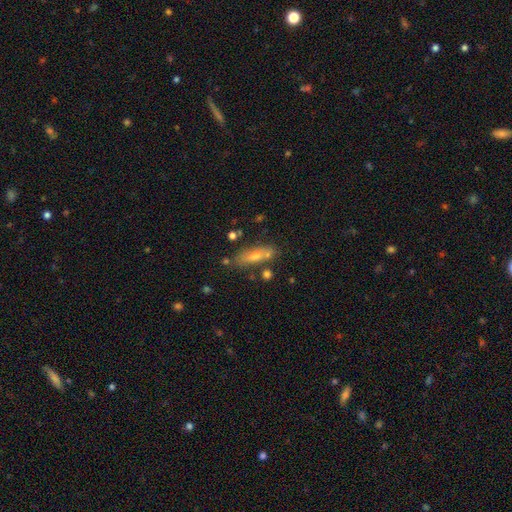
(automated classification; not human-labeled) This is possibly a smooth galaxy (52%). How rounded: possibly cigar-shaped (51%). Merging: likely none (70%).